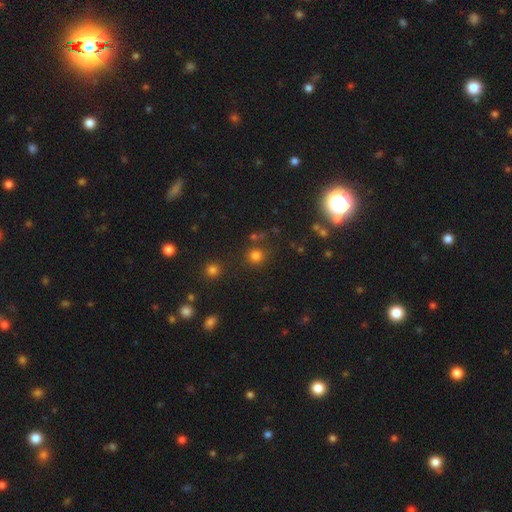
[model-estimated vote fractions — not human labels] This appears to be a smooth galaxy with no disk features (75%) that is round (90%). Merging: none (76%).